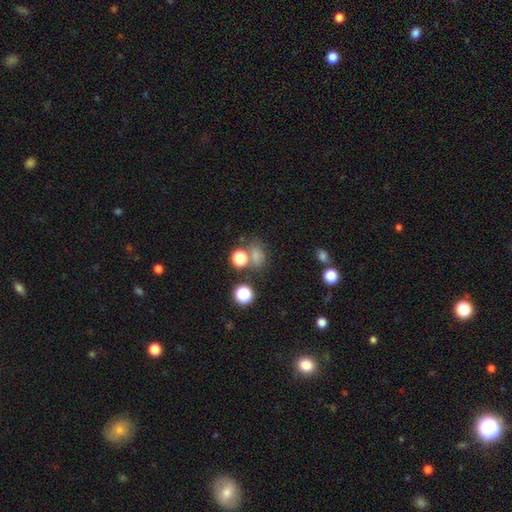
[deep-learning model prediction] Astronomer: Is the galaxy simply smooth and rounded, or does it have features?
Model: smooth — 69%.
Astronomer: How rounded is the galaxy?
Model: in between — 52% (runner-up: round, 46%).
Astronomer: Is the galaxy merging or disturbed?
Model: none — 57%.